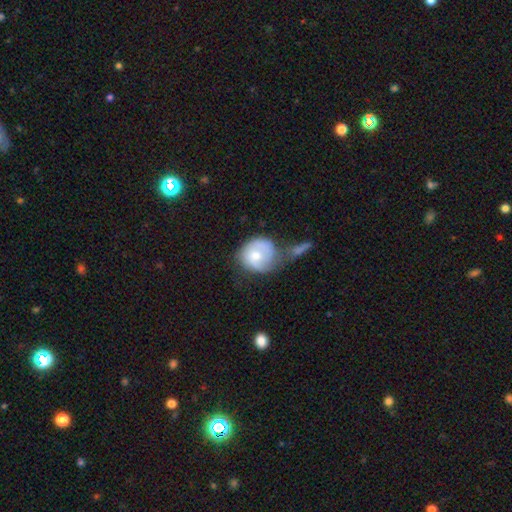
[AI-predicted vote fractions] A smooth galaxy with no disk features (53%) that is round (79%). Merging: none (32%).